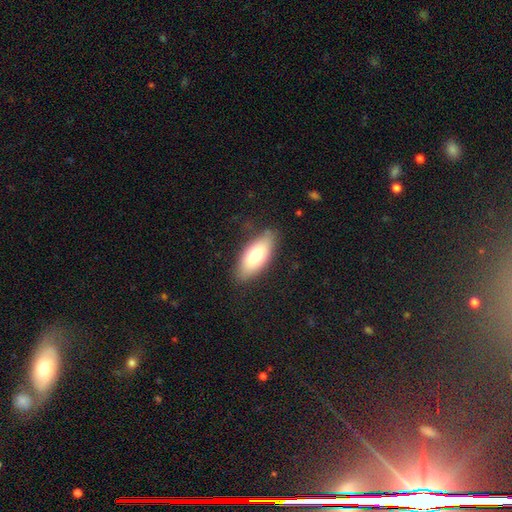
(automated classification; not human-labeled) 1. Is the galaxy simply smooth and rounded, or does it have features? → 74% smooth, 19% featured or disk, 7% star or artifact.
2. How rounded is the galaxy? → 82% in between, 16% cigar-shaped, 2% round.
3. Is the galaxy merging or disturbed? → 81% none, 14% minor disturbance, 3% major disturbance, 1% merger.